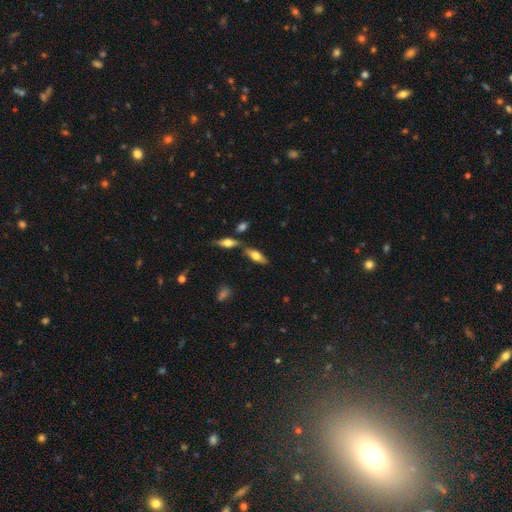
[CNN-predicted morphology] The model was most divided on "smooth or featured": smooth: 59%, featured or disk: 34%, star or artifact: 7%. More confident: how rounded — in between (70%); merging — none (67%).